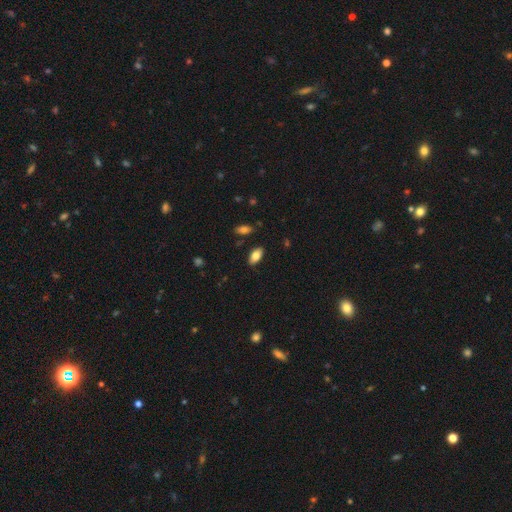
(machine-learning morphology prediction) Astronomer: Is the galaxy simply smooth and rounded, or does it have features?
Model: smooth — 80%.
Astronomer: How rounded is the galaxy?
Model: in between — 91%.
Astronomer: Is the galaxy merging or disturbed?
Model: none — 86%.